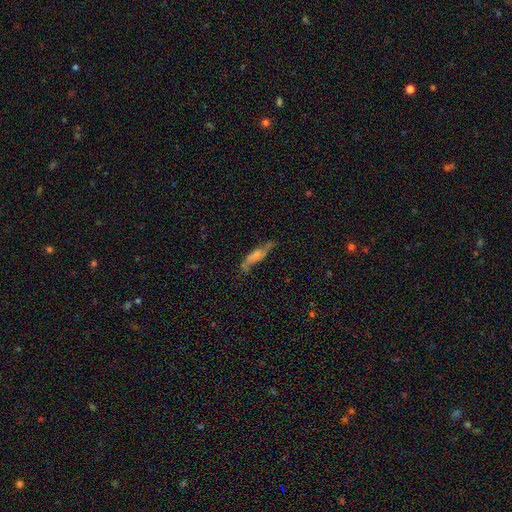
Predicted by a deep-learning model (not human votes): Morphology: type=smooth (52%); roundness=cigar-shaped (65%); merging=none (53%).